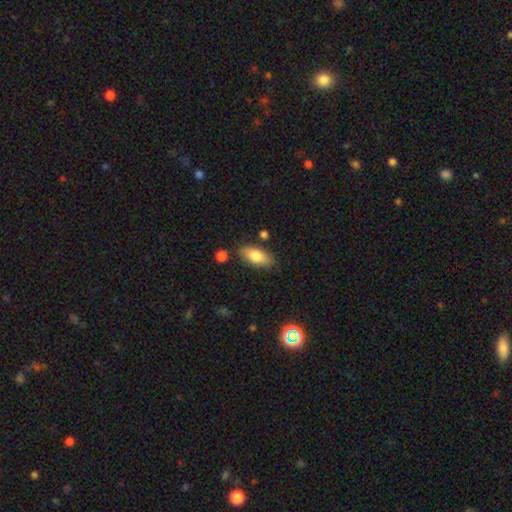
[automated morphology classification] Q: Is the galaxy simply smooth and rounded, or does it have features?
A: smooth — 79%.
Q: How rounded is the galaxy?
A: in between — 87%.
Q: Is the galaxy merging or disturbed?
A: none — 81%.